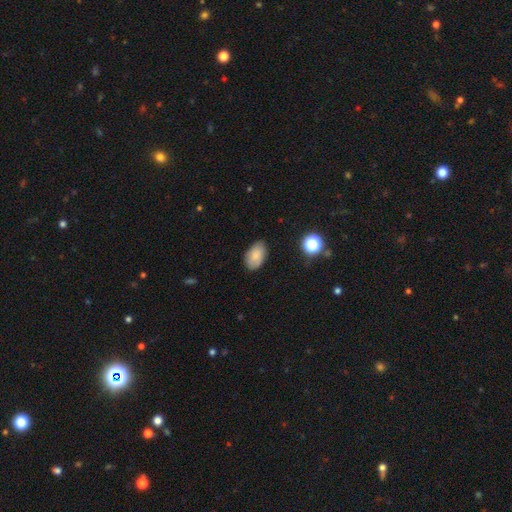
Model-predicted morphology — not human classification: smooth-or-featured: smooth: 81% | featured or disk: 10% | star or artifact: 9%
  how-rounded: in between: 91% | round: 8% | cigar-shaped: 1%
  merging: none: 79% | minor disturbance: 17% | major disturbance: 3% | merger: 1%